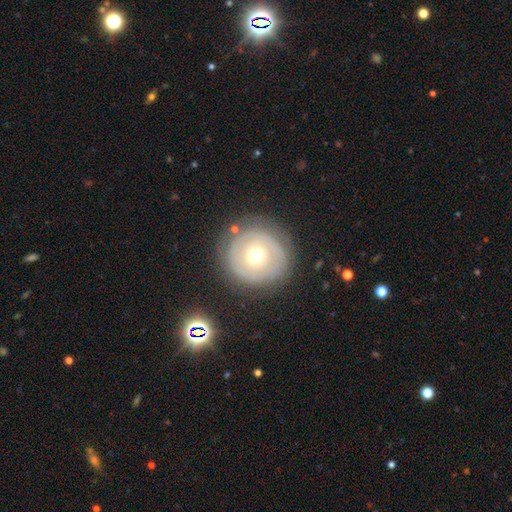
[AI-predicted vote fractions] Morphology: type=featured or disk (50%); merging=none (79%).